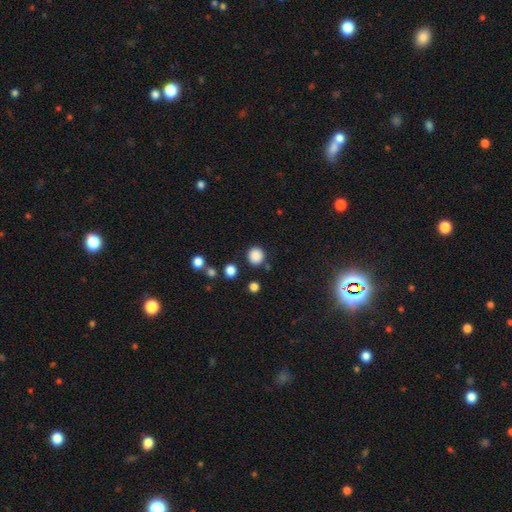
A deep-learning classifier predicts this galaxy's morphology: Q: Smooth or featured?
A: smooth (86%); runner-up: star or artifact (11%)
Q: How rounded?
A: round (90%); runner-up: in between (9%)
Q: Merging?
A: none (85%); runner-up: minor disturbance (8%)